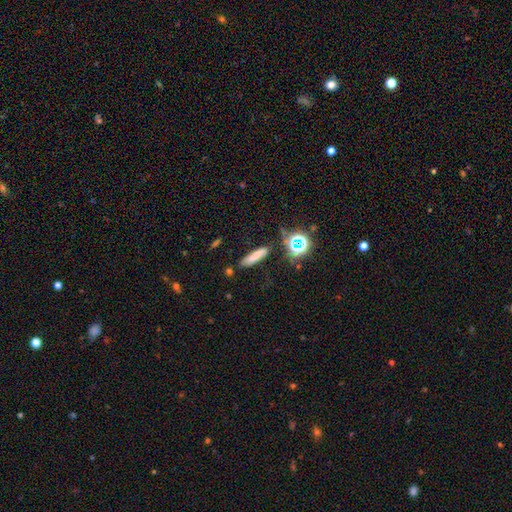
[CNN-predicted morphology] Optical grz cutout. It shows a smooth galaxy with no disk features (71%) that is cigar-shaped (77%). Merging: none (77%).